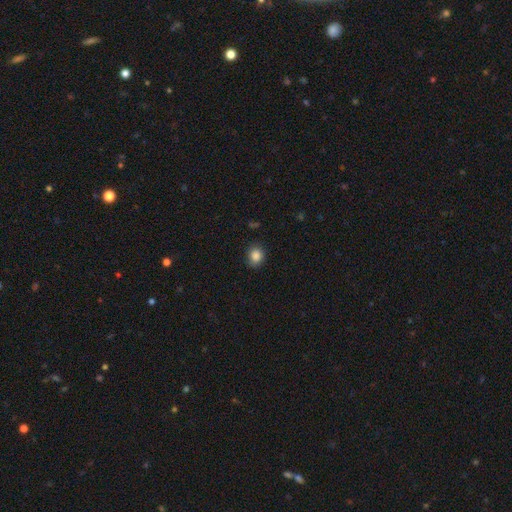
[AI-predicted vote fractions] A smooth galaxy with no disk features (86%) that is round (68%). Merging: none (83%).